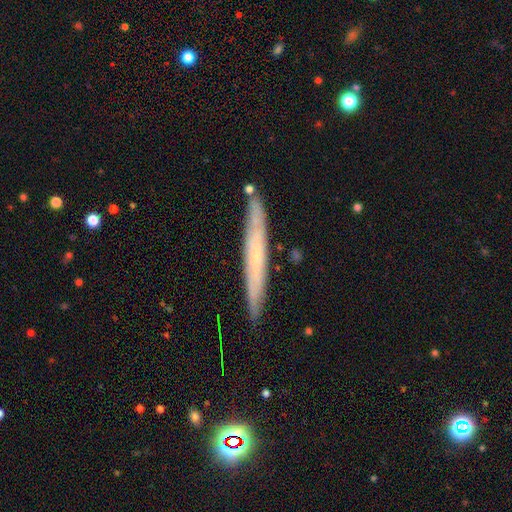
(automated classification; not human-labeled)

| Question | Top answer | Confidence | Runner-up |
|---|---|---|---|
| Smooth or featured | featured or disk | 52% | smooth (40%) |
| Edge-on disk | yes | 88% | no (12%) |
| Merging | none | 87% | minor disturbance (10%) |